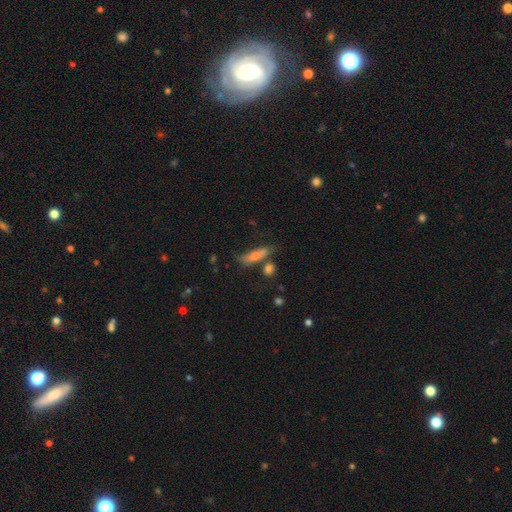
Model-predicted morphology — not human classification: This is likely a smooth galaxy (73%). How rounded: possibly cigar-shaped (59%). Merging: possibly none (54%).